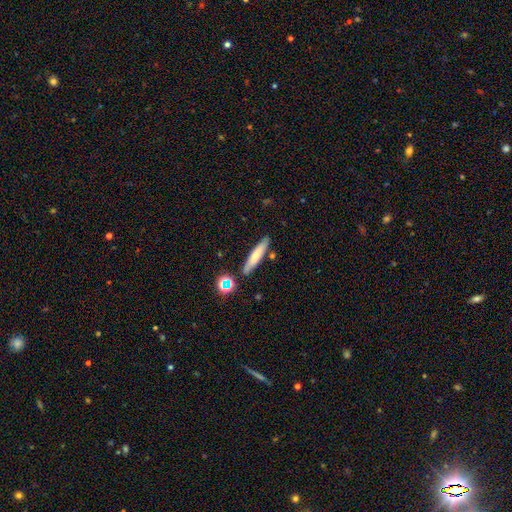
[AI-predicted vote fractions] smooth_or_featured: smooth (p=0.64) [alt: featured or disk p=0.28]
how_rounded: cigar-shaped (p=0.87) [alt: in between p=0.11]
merging: none (p=0.83) [alt: minor disturbance p=0.10]